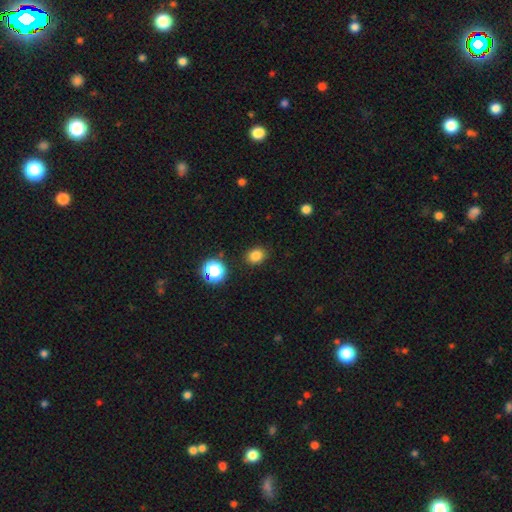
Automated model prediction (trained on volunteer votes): Overall: smooth (82%). How rounded: round (57%; in between 42%). Merging: none (88%).